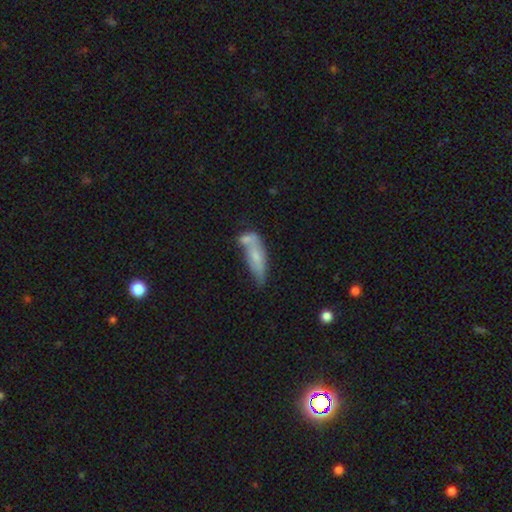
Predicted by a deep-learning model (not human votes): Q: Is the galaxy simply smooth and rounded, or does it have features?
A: smooth — 60%.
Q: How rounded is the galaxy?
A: in between — 53%.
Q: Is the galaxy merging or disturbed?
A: merger — 36%.